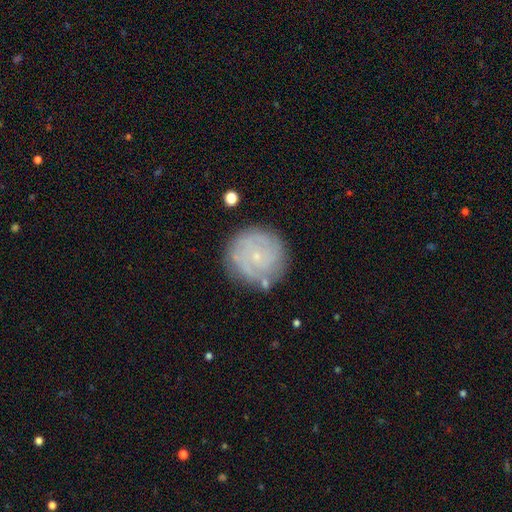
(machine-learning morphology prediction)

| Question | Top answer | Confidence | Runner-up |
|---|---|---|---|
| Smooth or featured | featured or disk | 65% | smooth (27%) |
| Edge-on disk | no | 98% | yes (2%) |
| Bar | no | 79% | weak (18%) |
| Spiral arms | yes | 83% | no (17%) |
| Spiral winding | tight | 70% | medium (23%) |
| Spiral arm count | can't tell | 42% | 2 (21%) |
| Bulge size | small | 86% | moderate (8%) |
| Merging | none | 78% | minor disturbance (14%) |